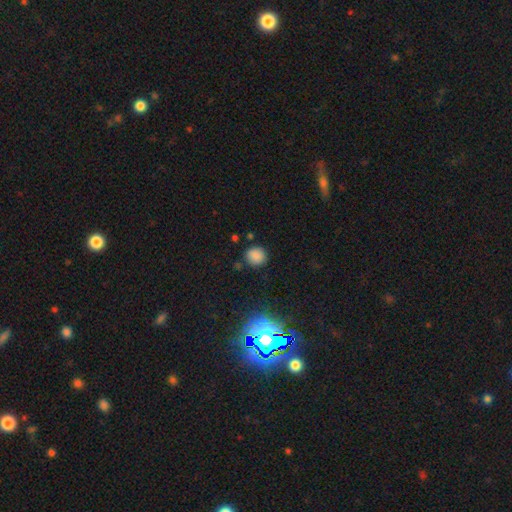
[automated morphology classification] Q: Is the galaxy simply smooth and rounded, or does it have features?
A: smooth — 79%.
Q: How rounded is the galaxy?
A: round — 87%.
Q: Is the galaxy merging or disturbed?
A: none — 84%.